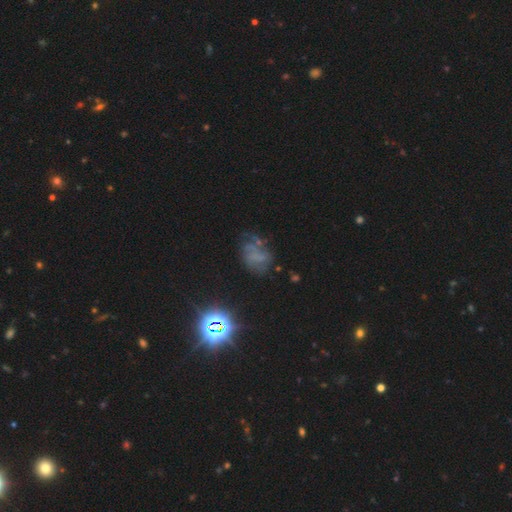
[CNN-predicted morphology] featured or disk 47%, star or artifact 27%, smooth 25%. Down the decision tree: merging — none (45%).